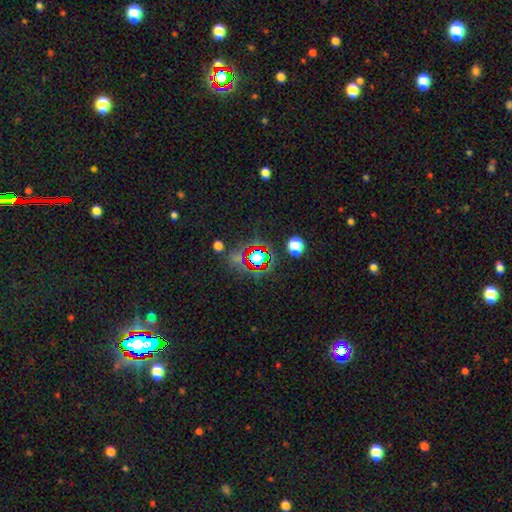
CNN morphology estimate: A star or artifact, not a galaxy (61%).